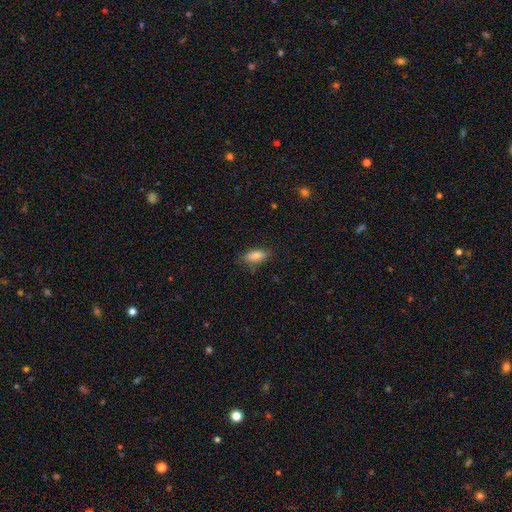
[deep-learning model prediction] The model was most divided on "merging": none: 75%, minor disturbance: 19%, major disturbance: 4%, merger: 2%. More confident: smooth or featured — smooth (80%); how rounded — in between (80%).